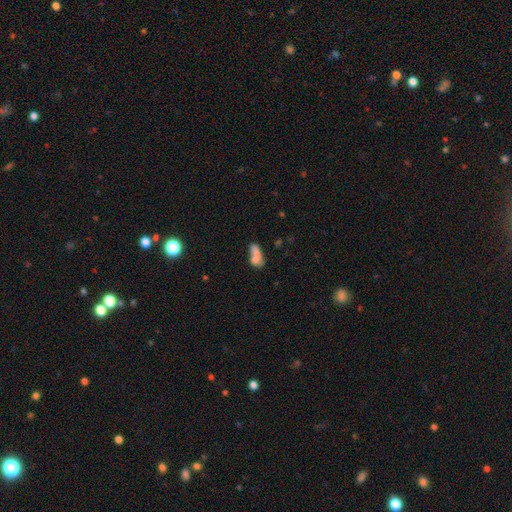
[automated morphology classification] Q: Smooth or featured?
A: smooth (69%); runner-up: featured or disk (20%)
Q: How rounded?
A: in between (76%); runner-up: cigar-shaped (14%)
Q: Merging?
A: merger (50%); runner-up: none (25%)